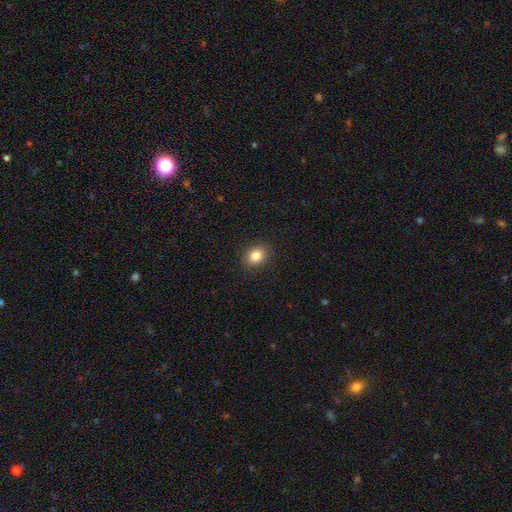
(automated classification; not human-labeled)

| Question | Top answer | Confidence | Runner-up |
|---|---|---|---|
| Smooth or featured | smooth | 85% | star or artifact (10%) |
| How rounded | round | 52% | in between (47%) |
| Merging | none | 89% | minor disturbance (7%) |